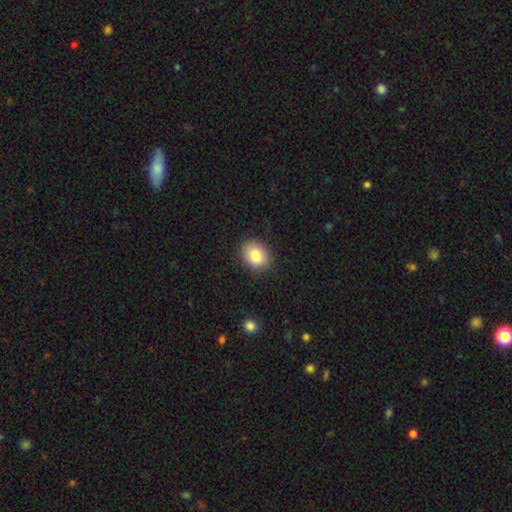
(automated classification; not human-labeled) A smooth galaxy with no disk features (83%) that is in between round and cigar-shaped (53%). Merging: none (87%).